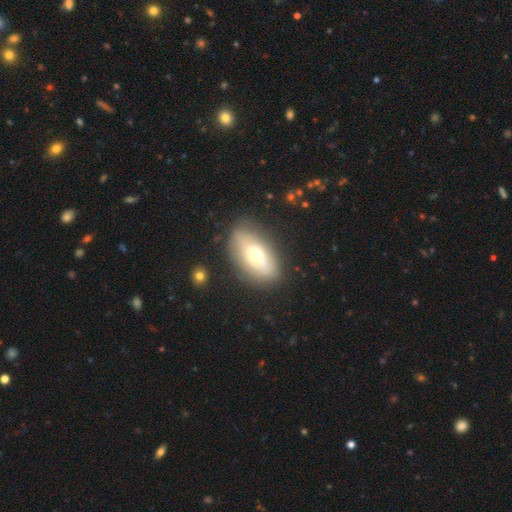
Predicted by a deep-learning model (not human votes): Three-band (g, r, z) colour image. It shows a smooth galaxy with no disk features (58%) that is in between round and cigar-shaped (86%). Merging: none (81%).